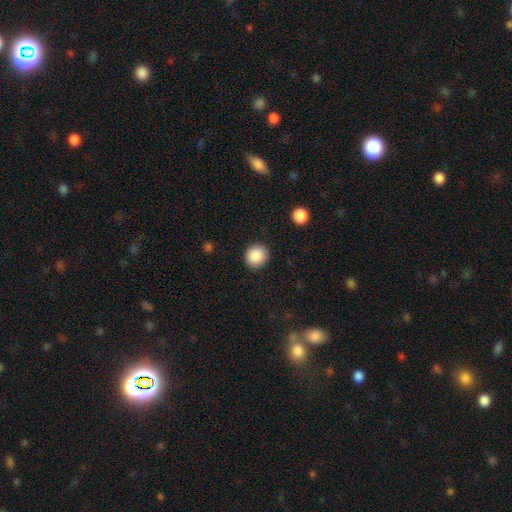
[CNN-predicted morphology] Smooth or featured?
  - smooth: 88% *
  - star or artifact: 9%
  - featured or disk: 3%
How rounded?
  - round: 89% *
  - in between: 11%
  - cigar-shaped: 1%
Merging?
  - none: 90% *
  - minor disturbance: 7%
  - major disturbance: 2%
  - merger: 1%